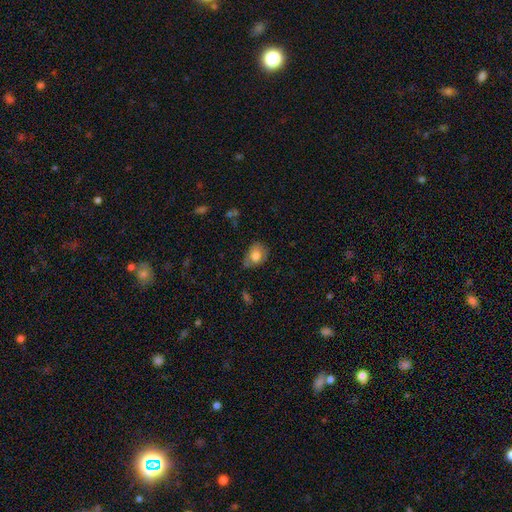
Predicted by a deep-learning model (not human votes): smooth 74%, featured or disk 19%, star or artifact 8%. Down the decision tree: how rounded — in between (61%); merging — none (51%).